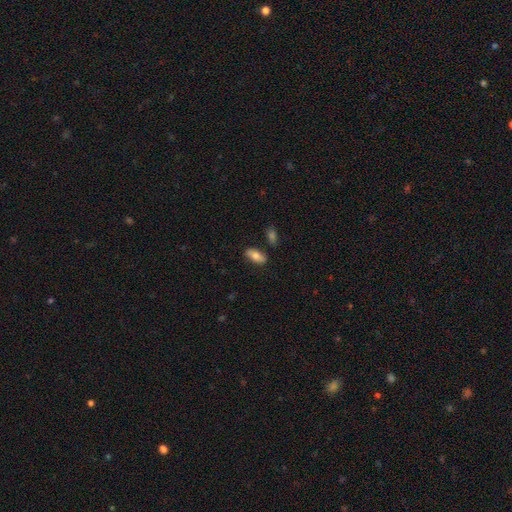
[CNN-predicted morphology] smooth 76%, featured or disk 17%, star or artifact 7%. Down the decision tree: how rounded — in between (86%); merging — none (81%).